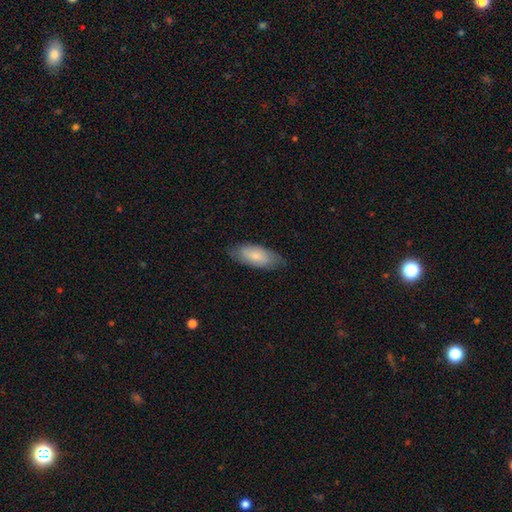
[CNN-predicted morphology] Smooth or featured?
  - smooth: 78% *
  - featured or disk: 17%
  - star or artifact: 5%
How rounded?
  - in between: 80% *
  - cigar-shaped: 18%
  - round: 2%
Merging?
  - none: 80% *
  - minor disturbance: 16%
  - major disturbance: 3%
  - merger: 1%